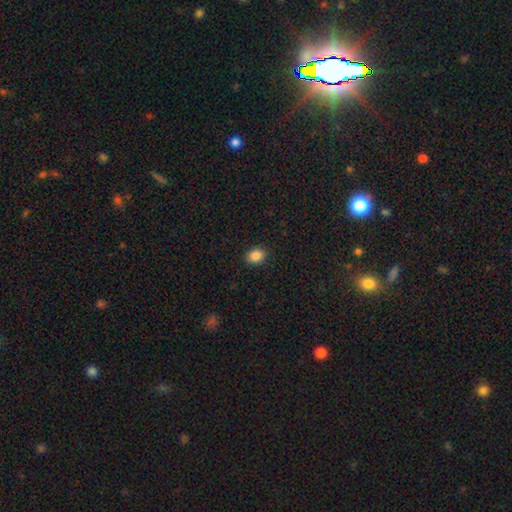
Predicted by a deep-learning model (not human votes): smooth_or_featured: smooth (p=0.87) [alt: star or artifact p=0.09]
how_rounded: in between (p=0.56) [alt: round p=0.43]
merging: none (p=0.88) [alt: minor disturbance p=0.08]